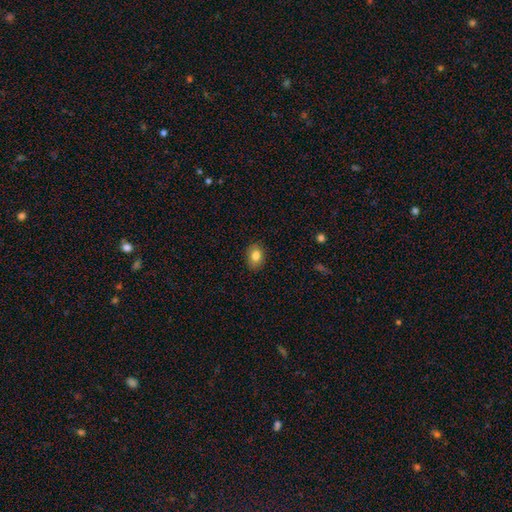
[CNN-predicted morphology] Q: Smooth or featured?
A: smooth (82%); runner-up: featured or disk (9%)
Q: How rounded?
A: in between (69%); runner-up: round (30%)
Q: Merging?
A: none (87%); runner-up: minor disturbance (9%)